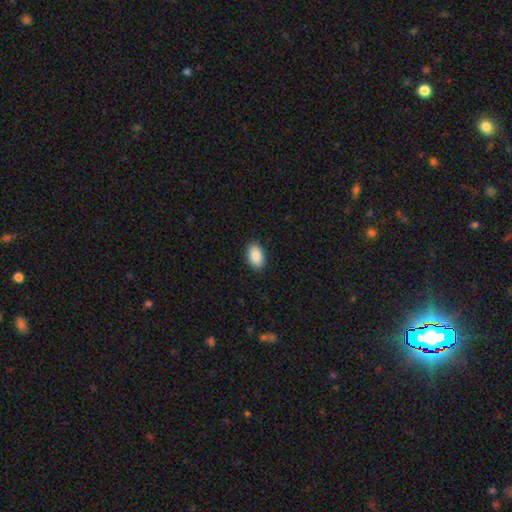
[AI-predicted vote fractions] Overall: smooth (90%). How rounded: in between (93%). Merging: none (90%).